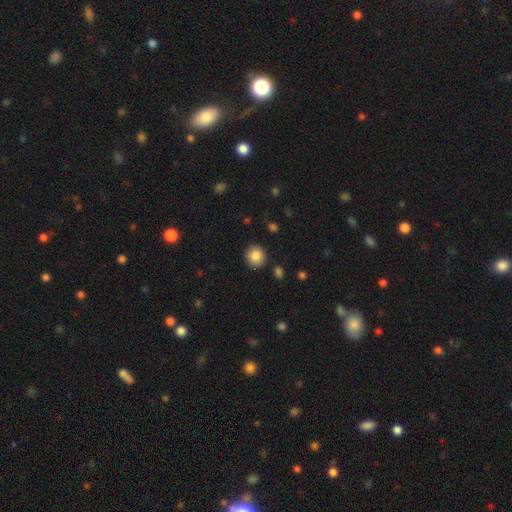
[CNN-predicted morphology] A smooth galaxy with no disk features (86%) that is round (85%).

Vote fractions:
- Smooth or featured? smooth: 86% / star or artifact: 9% / featured or disk: 5%
- How rounded? round: 85% / in between: 14% / cigar-shaped: 1%
- Merging? none: 89% / minor disturbance: 7% / major disturbance: 2% / merger: 2%